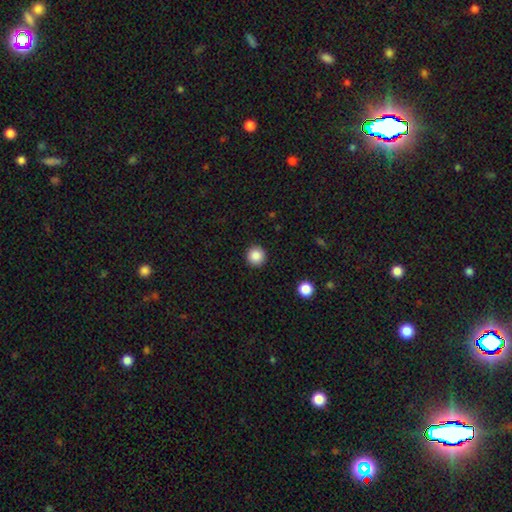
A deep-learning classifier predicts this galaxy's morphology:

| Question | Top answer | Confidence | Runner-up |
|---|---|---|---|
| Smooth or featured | smooth | 87% | star or artifact (10%) |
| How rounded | round | 96% | in between (3%) |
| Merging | none | 92% | minor disturbance (5%) |